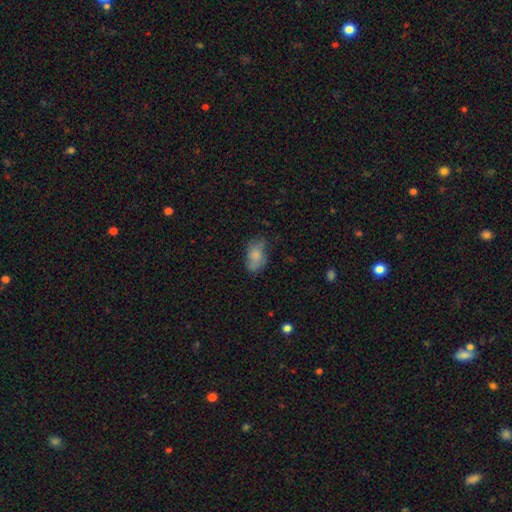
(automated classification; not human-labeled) smooth-or-featured: smooth: 75% | featured or disk: 17% | star or artifact: 8%
  how-rounded: in between: 90% | round: 7% | cigar-shaped: 3%
  merging: none: 60% | minor disturbance: 28% | major disturbance: 10% | merger: 2%